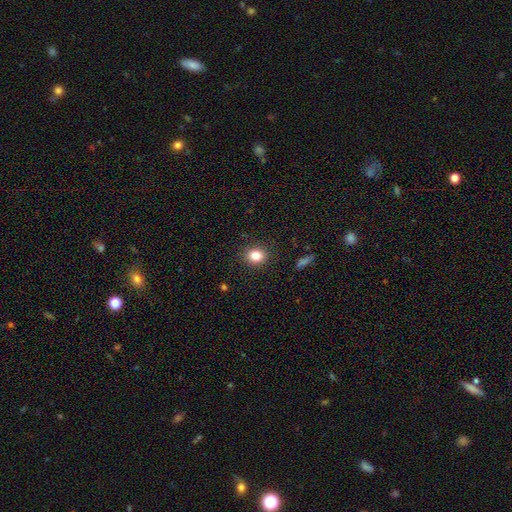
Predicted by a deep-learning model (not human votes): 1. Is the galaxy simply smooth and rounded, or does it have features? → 82% smooth, 12% star or artifact, 7% featured or disk.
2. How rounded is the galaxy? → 67% round, 32% in between, 1% cigar-shaped.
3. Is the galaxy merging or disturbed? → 89% none, 8% minor disturbance, 2% major disturbance, 1% merger.